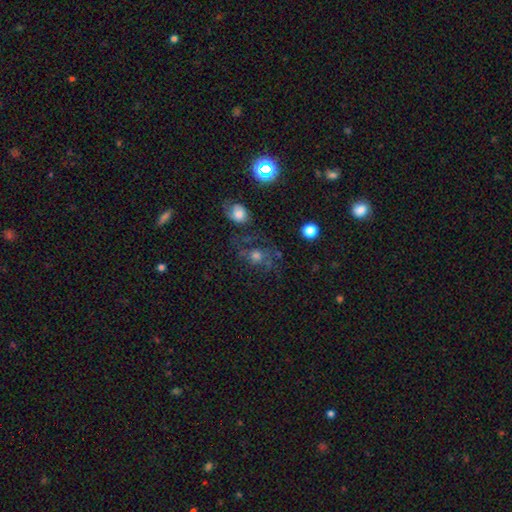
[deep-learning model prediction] This appears to be a smooth galaxy with no disk features (51%) that is round (72%). Merging: none (48%).